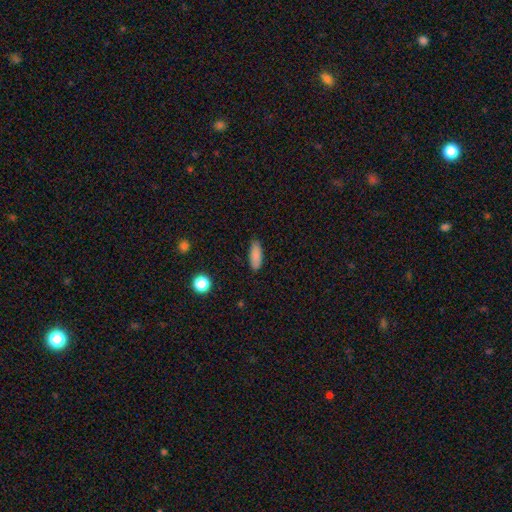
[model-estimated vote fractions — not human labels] This is clearly a smooth galaxy (85%). How rounded: likely in between (73%). Merging: clearly none (82%).